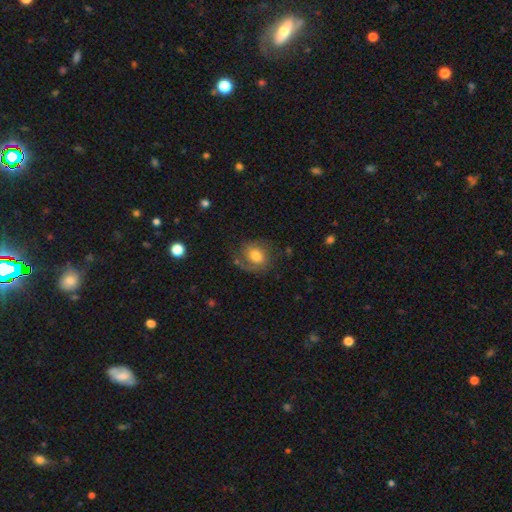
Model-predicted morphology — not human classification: This is possibly a featured or disk galaxy (57%). It is clearly not viewed edge-on (97%). Bar: likely no (60%). Spiral arm pattern: clearly yes (86%). Central bulge: likely moderate (63%). Merging: likely none (64%).